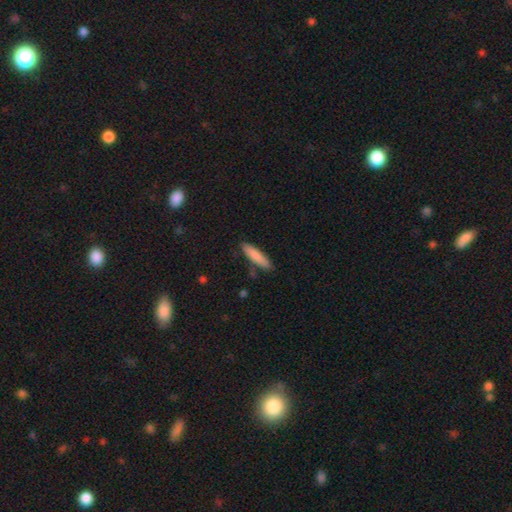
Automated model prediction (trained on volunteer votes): Smooth or featured: smooth — 83% (featured or disk — 11%)
How rounded: cigar-shaped — 82% (in between — 17%)
Merging: none — 83% (minor disturbance — 12%)